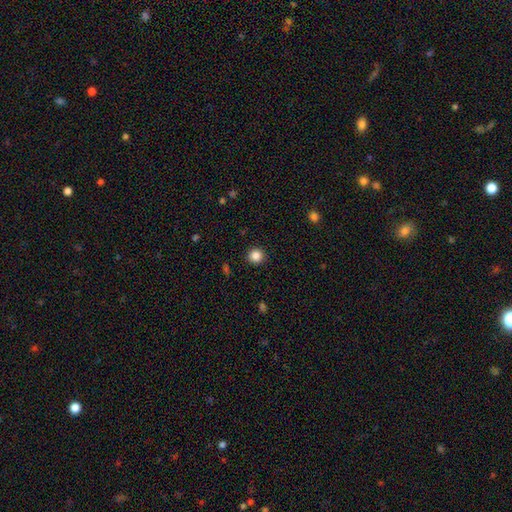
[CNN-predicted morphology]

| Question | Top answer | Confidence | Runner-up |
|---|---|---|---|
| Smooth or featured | smooth | 85% | star or artifact (11%) |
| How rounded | round | 94% | in between (5%) |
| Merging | none | 92% | minor disturbance (5%) |